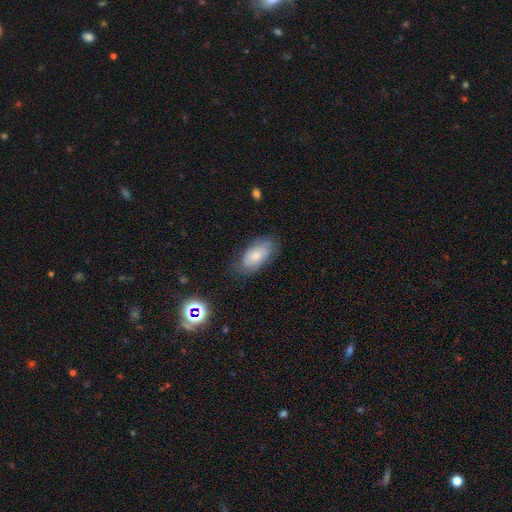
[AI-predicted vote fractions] Smooth or featured? smooth (54%)
How rounded? in between (92%)
Merging? none (70%)